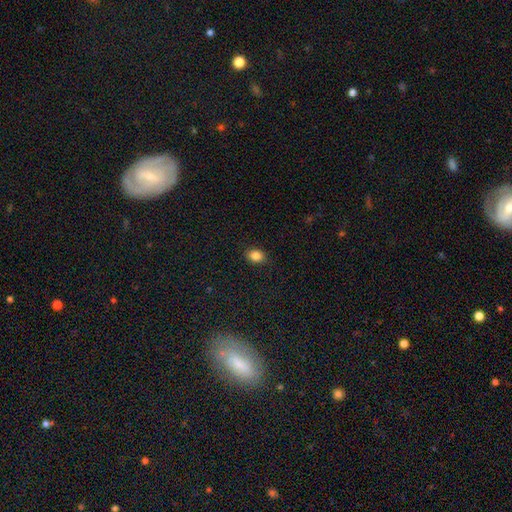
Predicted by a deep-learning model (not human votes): Smooth or featured: smooth — 86% (star or artifact — 10%)
How rounded: in between — 61% (round — 38%)
Merging: none — 88% (minor disturbance — 9%)